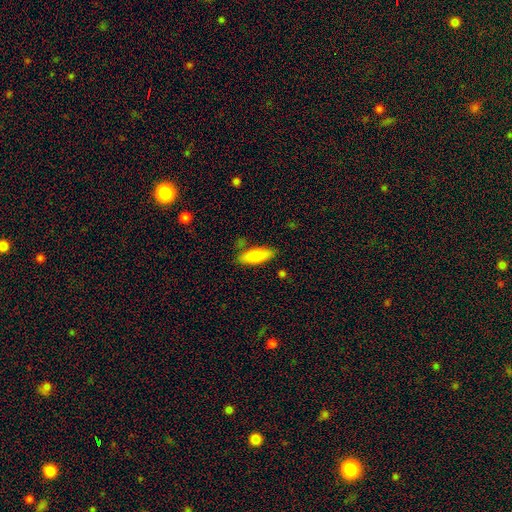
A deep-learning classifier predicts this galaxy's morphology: A smooth galaxy with no disk features (77%) that is in between round and cigar-shaped (69%).

Vote fractions:
- Smooth or featured? smooth: 77% / featured or disk: 16% / star or artifact: 6%
- How rounded? in between: 69% / cigar-shaped: 29% / round: 2%
- Merging? none: 78% / minor disturbance: 15% / merger: 4% / major disturbance: 3%